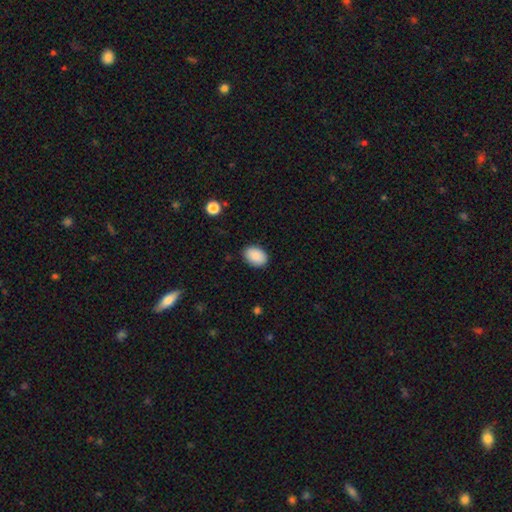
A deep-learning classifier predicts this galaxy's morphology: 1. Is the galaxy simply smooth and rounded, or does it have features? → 90% smooth, 7% star or artifact, 4% featured or disk.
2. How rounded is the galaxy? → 84% in between, 15% round, 1% cigar-shaped.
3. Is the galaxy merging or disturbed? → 87% none, 10% minor disturbance, 2% major disturbance, 1% merger.